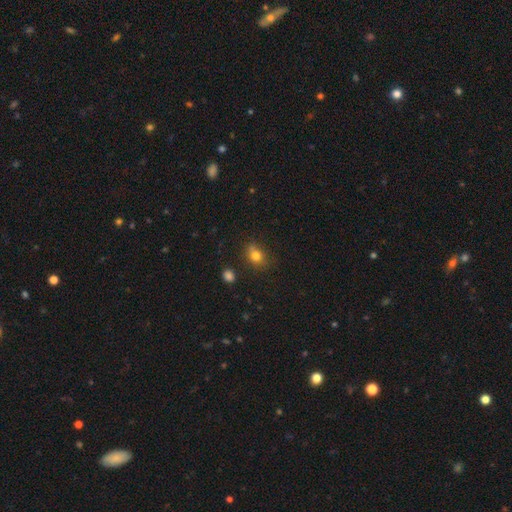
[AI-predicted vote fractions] This is likely a smooth galaxy (79%). How rounded: possibly in between (50%). Merging: likely none (65%).